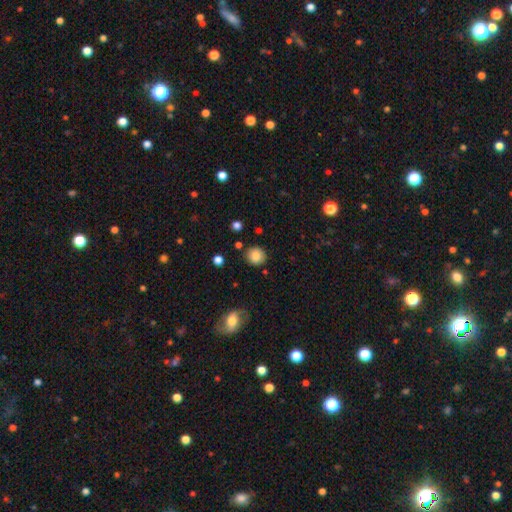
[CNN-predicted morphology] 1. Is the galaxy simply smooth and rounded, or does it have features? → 85% smooth, 10% star or artifact, 6% featured or disk.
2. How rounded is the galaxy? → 86% round, 13% in between, 1% cigar-shaped.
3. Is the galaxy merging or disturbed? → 85% none, 10% minor disturbance, 3% major disturbance, 3% merger.